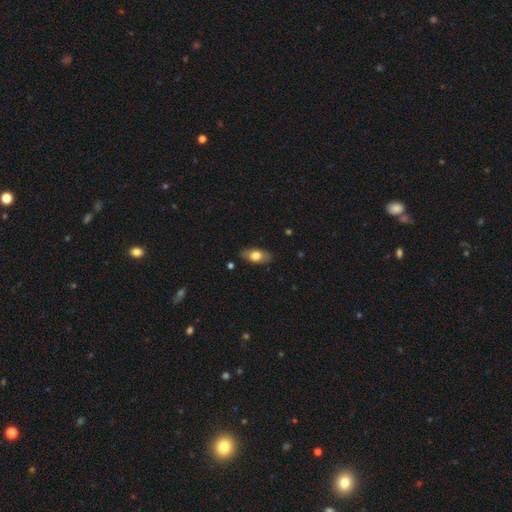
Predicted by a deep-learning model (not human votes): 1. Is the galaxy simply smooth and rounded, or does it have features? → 71% smooth, 23% featured or disk, 7% star or artifact.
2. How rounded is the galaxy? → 88% in between, 7% cigar-shaped, 5% round.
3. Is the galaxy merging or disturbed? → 84% none, 12% minor disturbance, 2% major disturbance, 1% merger.